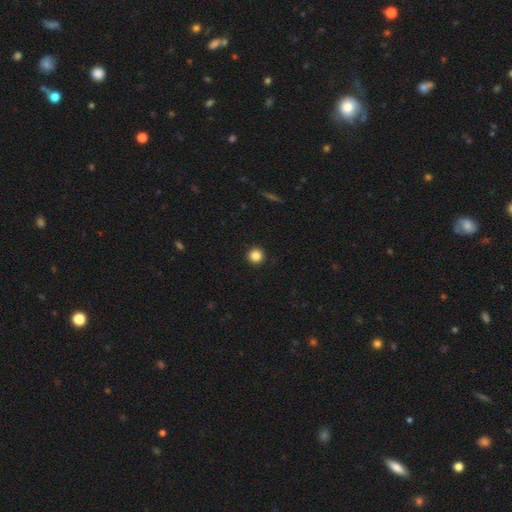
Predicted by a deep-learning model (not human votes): smooth 85%, star or artifact 11%, featured or disk 4%. Down the decision tree: how rounded — round (96%); merging — none (93%).